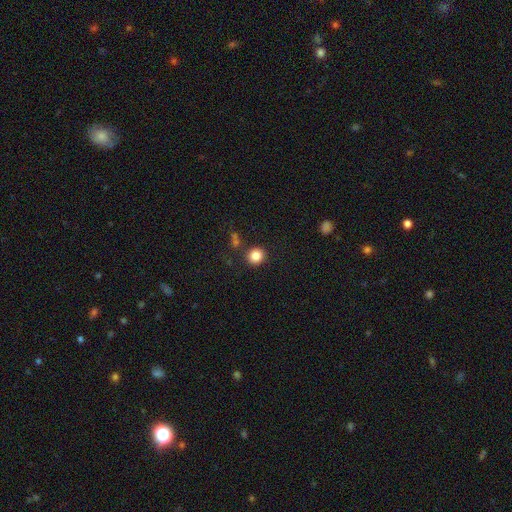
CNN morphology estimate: Overall: smooth (85%). How rounded: round (88%). Merging: none (86%).